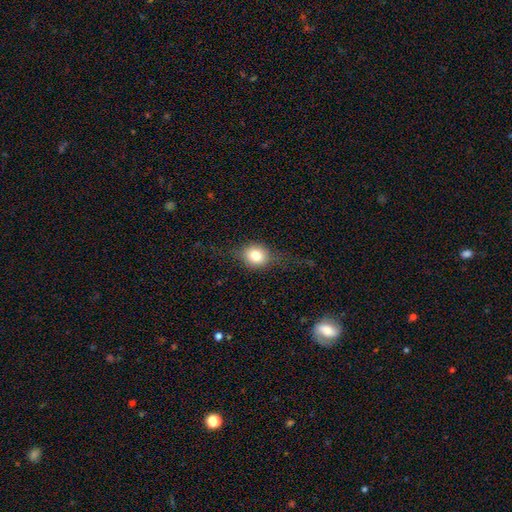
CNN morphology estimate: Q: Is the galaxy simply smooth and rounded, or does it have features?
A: smooth — 71%.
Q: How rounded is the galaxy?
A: round — 67%.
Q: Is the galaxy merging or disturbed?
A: none — 68%.